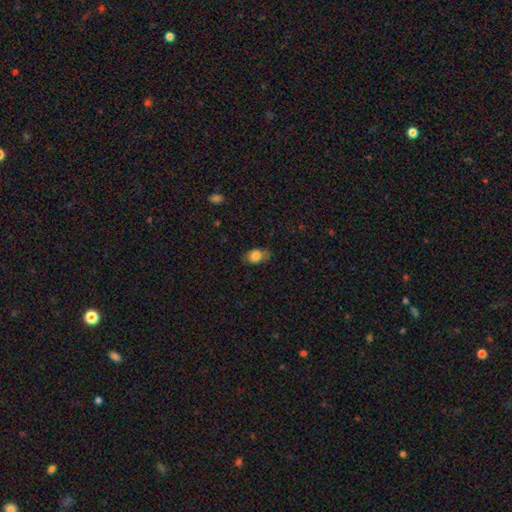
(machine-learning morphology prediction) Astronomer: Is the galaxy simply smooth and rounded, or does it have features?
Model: smooth — 83%.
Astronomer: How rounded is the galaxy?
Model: in between — 77%.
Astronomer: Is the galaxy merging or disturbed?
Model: none — 61%.